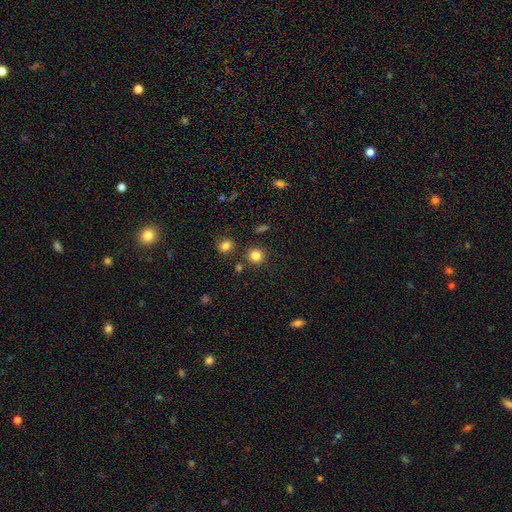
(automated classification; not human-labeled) A smooth galaxy with no disk features (83%) that is round (91%).

Vote fractions:
- Smooth or featured? smooth: 83% / star or artifact: 12% / featured or disk: 5%
- How rounded? round: 91% / in between: 9% / cigar-shaped: 1%
- Merging? none: 84% / minor disturbance: 8% / merger: 6% / major disturbance: 3%